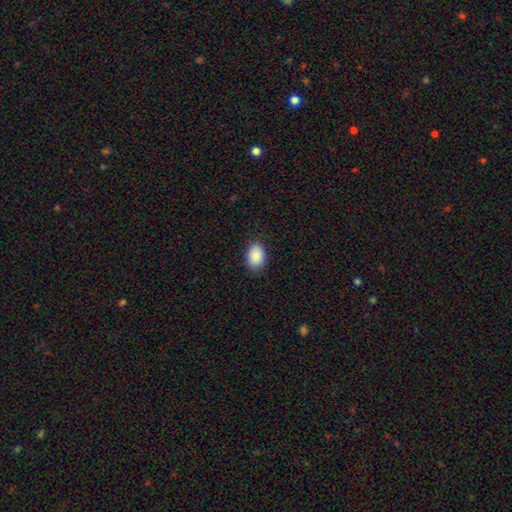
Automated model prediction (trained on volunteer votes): Smooth or featured: smooth — 90% (star or artifact — 7%)
How rounded: in between — 86% (round — 13%)
Merging: none — 87% (minor disturbance — 10%)